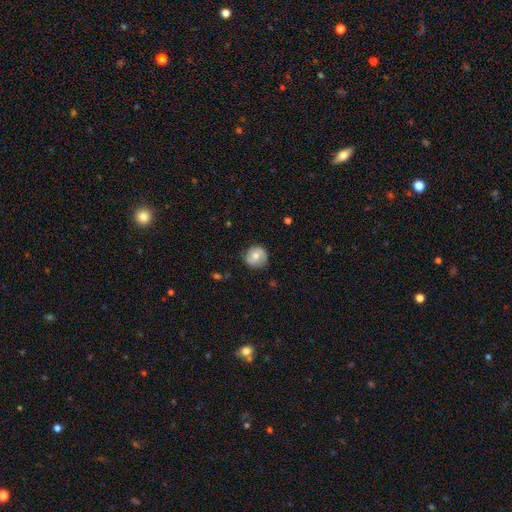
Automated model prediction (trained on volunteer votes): A smooth galaxy with no disk features (59%) that is round (88%).

Vote fractions:
- Smooth or featured? smooth: 59% / featured or disk: 34% / star or artifact: 8%
- How rounded? round: 88% / in between: 11% / cigar-shaped: 1%
- Merging? none: 78% / minor disturbance: 17% / major disturbance: 4% / merger: 1%